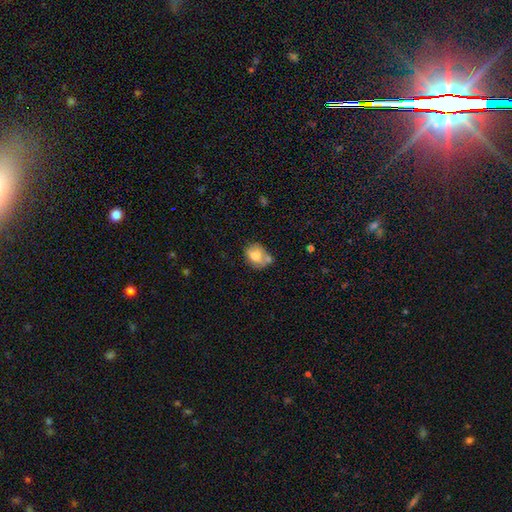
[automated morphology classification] Overall: smooth (66%). How rounded: in between (59%; round 40%). Merging: none (36%; merger 29%).